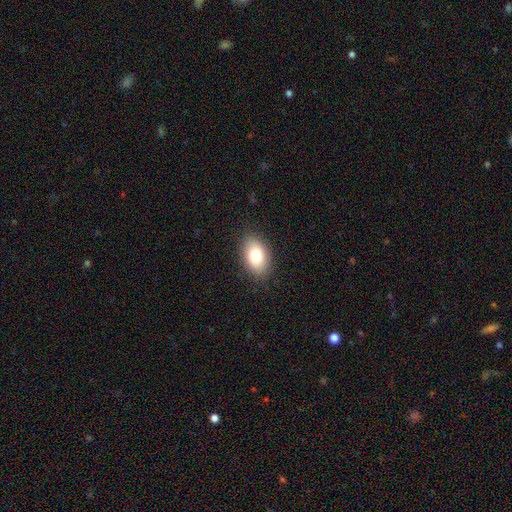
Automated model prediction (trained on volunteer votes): Smooth or featured? Predicted: smooth (p=0.79). How rounded? Predicted: in between (p=0.89). Merging? Predicted: none (p=0.86).